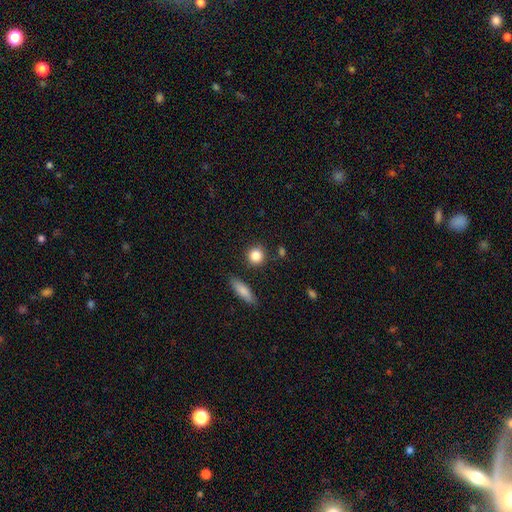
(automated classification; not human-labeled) Smooth or featured? Predicted: smooth (p=0.85). How rounded? Predicted: round (p=0.86). Merging? Predicted: none (p=0.84).